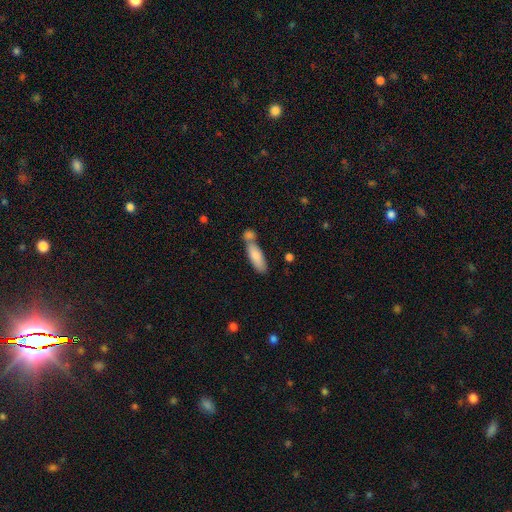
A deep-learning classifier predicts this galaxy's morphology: This appears to be a smooth galaxy with no disk features (80%) that is in between round and cigar-shaped (53%). Merging: none (45%).